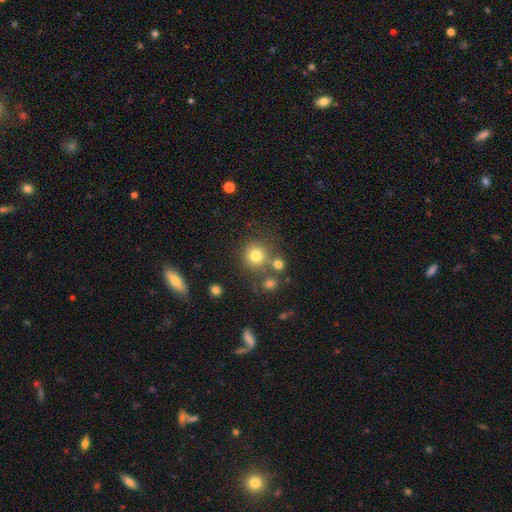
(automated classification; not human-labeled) Smooth or featured? Predicted: smooth (p=0.77). How rounded? Predicted: round (p=0.91). Merging? Predicted: none (p=0.70).